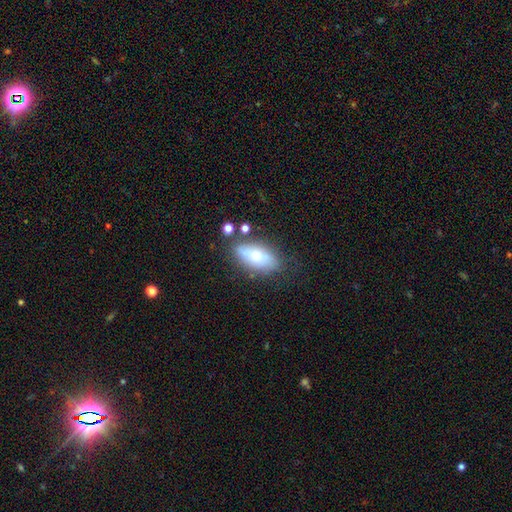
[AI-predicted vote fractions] smooth 65%, featured or disk 26%, star or artifact 8%. Down the decision tree: how rounded — in between (85%); merging — none (70%).